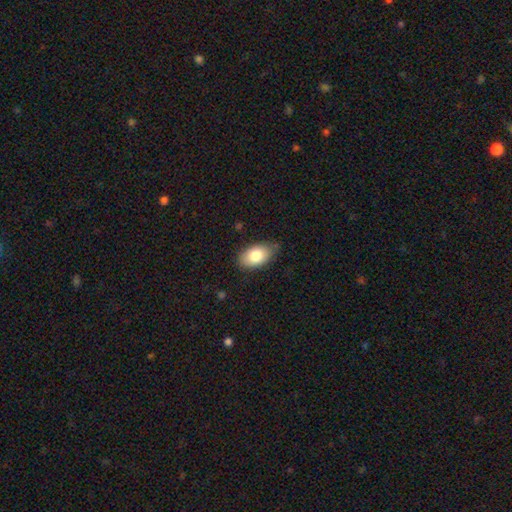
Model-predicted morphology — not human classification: smooth_or_featured: smooth (p=0.81) [alt: featured or disk p=0.12]
how_rounded: in between (p=0.92) [alt: round p=0.07]
merging: none (p=0.77) [alt: minor disturbance p=0.19]